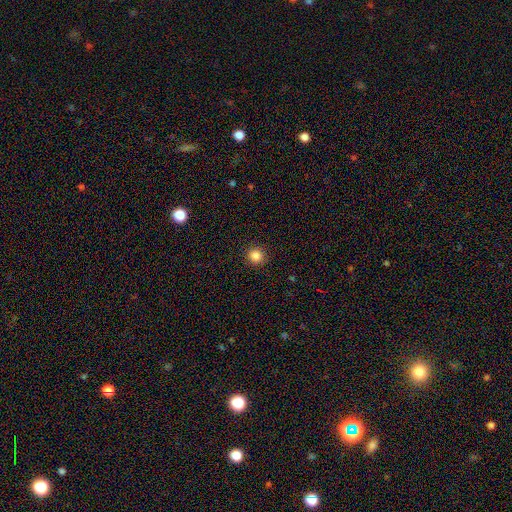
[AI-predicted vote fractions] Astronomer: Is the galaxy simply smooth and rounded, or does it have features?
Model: smooth — 85%.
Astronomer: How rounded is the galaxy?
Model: round — 93%.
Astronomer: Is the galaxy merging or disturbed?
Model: none — 91%.